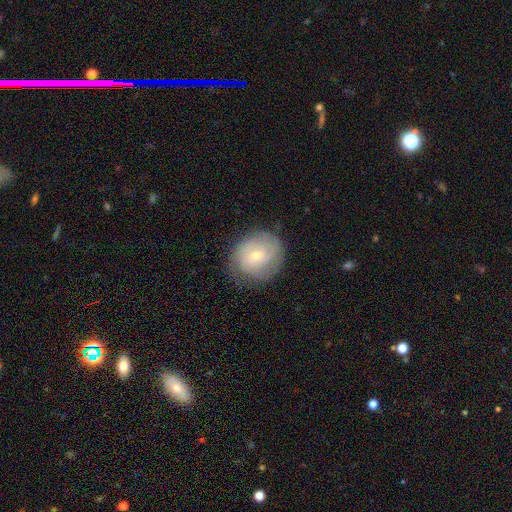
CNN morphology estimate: Overall: featured or disk (53%; smooth 39%). Edge-on disk: no (97%). Bar: no (65%; weak 30%). Spiral arms: yes (78%). Bulge size: small (60%; moderate 36%). Merging: none (75%).